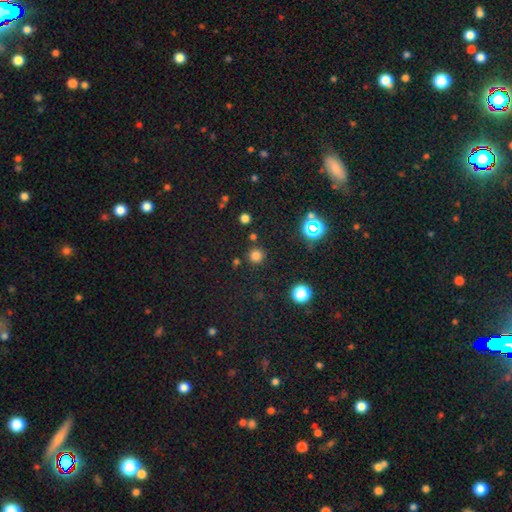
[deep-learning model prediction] Smooth or featured?
  - smooth: 74% *
  - star or artifact: 21%
  - featured or disk: 5%
How rounded?
  - round: 94% *
  - in between: 5%
  - cigar-shaped: 1%
Merging?
  - none: 86% *
  - minor disturbance: 7%
  - merger: 4%
  - major disturbance: 3%